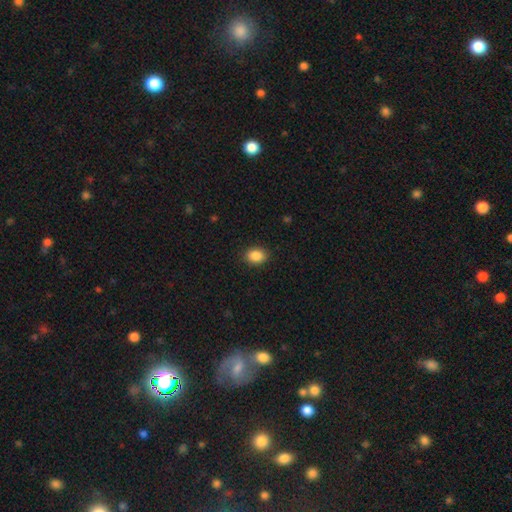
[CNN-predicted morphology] Smooth or featured: smooth — 88% (star or artifact — 8%)
How rounded: in between — 70% (round — 29%)
Merging: none — 89% (minor disturbance — 8%)